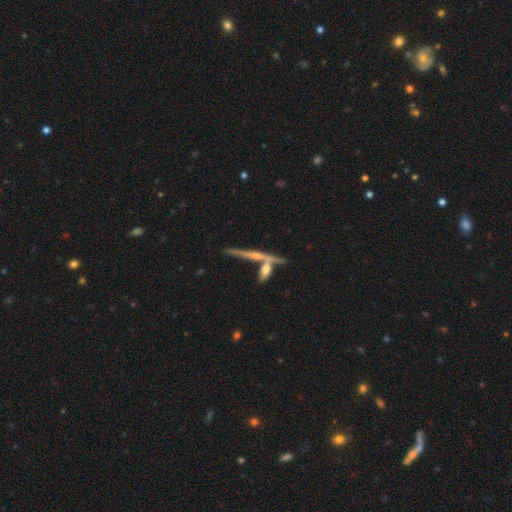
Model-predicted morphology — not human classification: This appears to be a featured or disk galaxy (65%) viewed edge-on (93%) with a rounded central bulge (57%). Merging: none (60%).